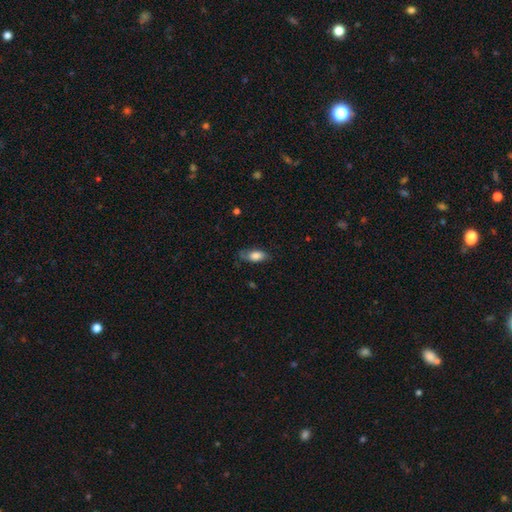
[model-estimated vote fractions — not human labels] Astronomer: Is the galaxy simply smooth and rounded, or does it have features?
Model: smooth — 76%.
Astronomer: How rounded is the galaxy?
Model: in between — 86%.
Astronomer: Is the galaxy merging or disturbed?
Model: none — 62%.